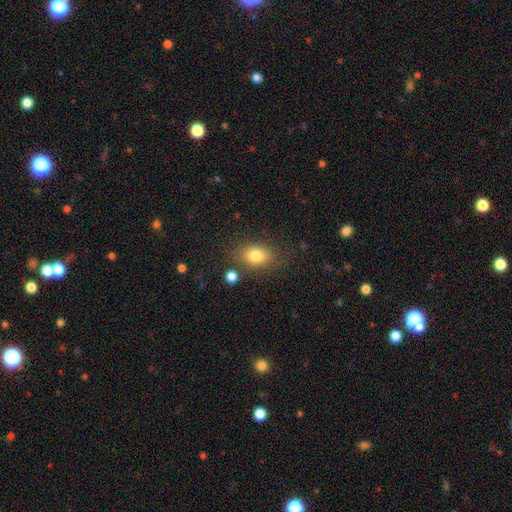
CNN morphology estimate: Overall: smooth (80%). How rounded: in between (72%). Merging: none (76%).